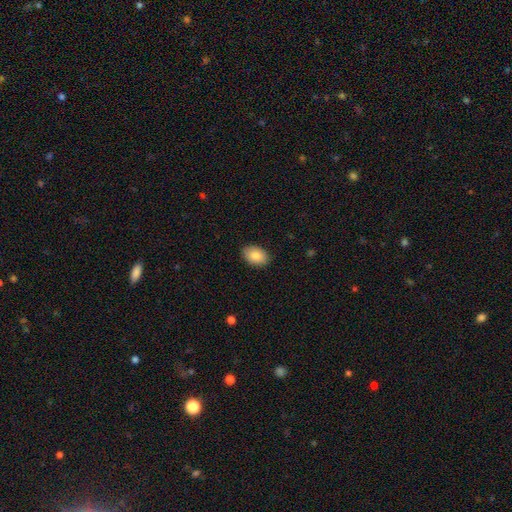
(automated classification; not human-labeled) A smooth galaxy with no disk features (86%) that is in between round and cigar-shaped (86%). Merging: none (89%).